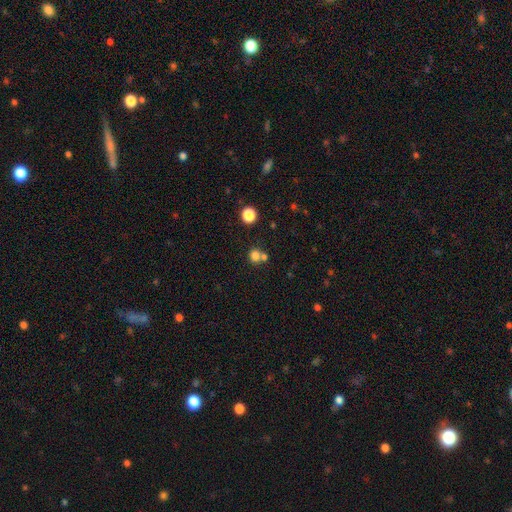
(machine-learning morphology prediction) Smooth or featured? smooth (77%)
How rounded? round (83%)
Merging? none (54%)